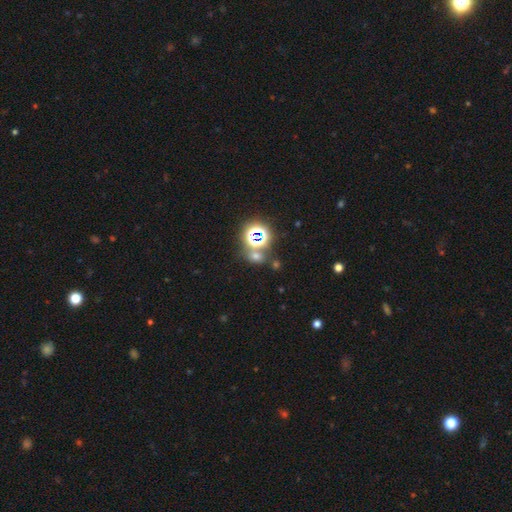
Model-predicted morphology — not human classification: smooth_or_featured: smooth (p=0.47) [alt: star or artifact p=0.45]
merging: none (p=0.67) [alt: merger p=0.18]